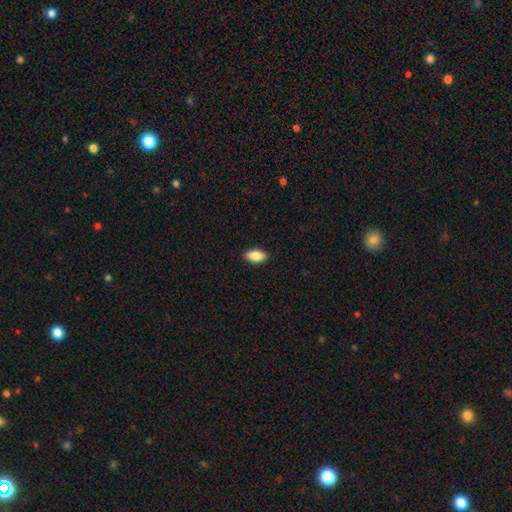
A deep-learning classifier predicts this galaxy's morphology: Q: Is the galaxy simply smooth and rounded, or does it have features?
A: smooth — 87%.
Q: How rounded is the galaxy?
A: in between — 92%.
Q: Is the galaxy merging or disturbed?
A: none — 88%.